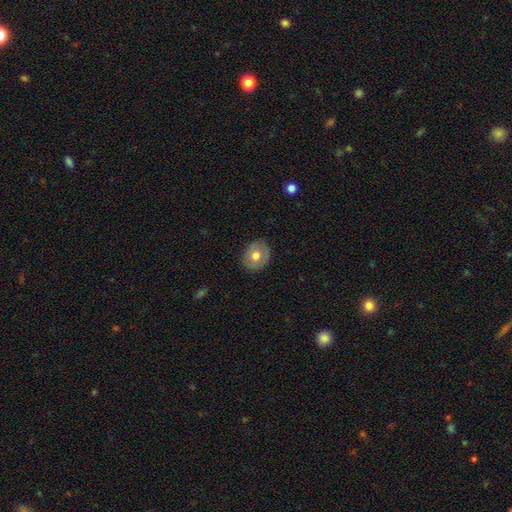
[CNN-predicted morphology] The model was most divided on "how rounded": round: 61%, in between: 38%, cigar-shaped: 1%. More confident: merging — none (84%); smooth or featured — smooth (66%).